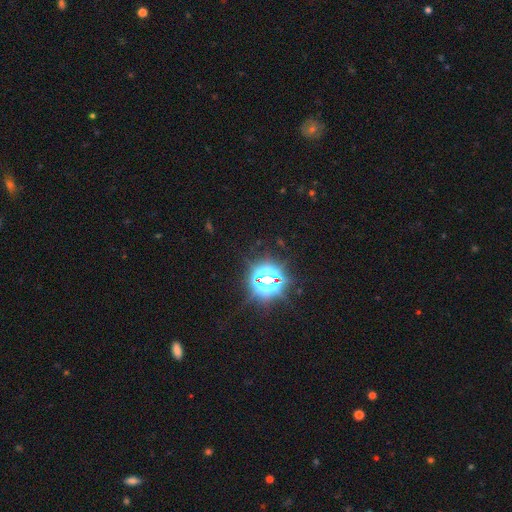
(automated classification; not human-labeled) Smooth or featured: star or artifact — 80% (smooth — 13%)